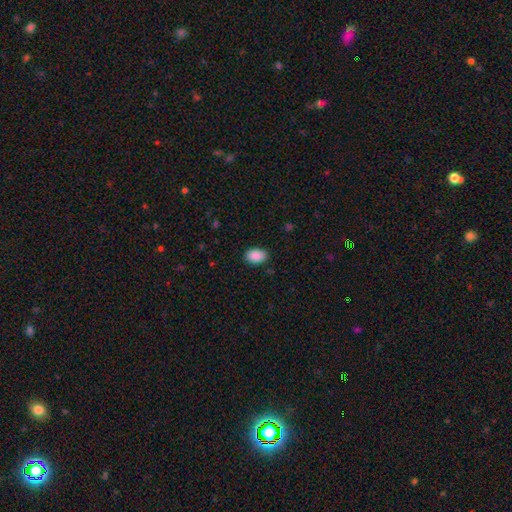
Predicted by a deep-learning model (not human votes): The model was most divided on "merging": none: 86%, minor disturbance: 10%, major disturbance: 2%, merger: 1%. More confident: smooth or featured — smooth (90%); how rounded — in between (89%).